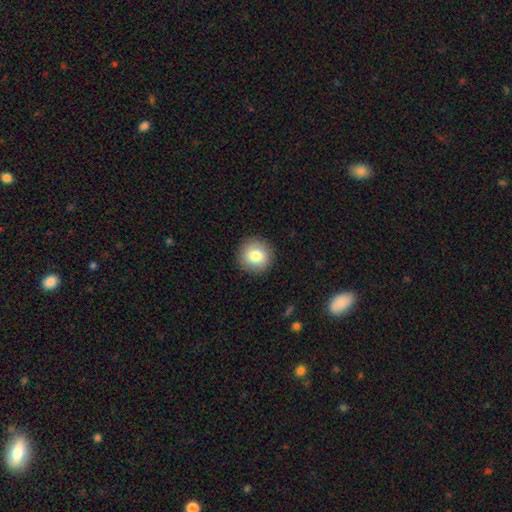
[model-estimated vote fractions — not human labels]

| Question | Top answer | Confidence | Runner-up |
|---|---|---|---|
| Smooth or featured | smooth | 81% | featured or disk (10%) |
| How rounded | round | 93% | in between (6%) |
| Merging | none | 91% | minor disturbance (6%) |